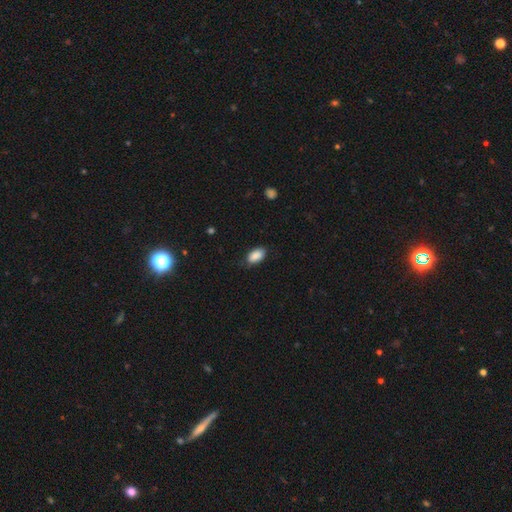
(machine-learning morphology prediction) smooth 88%, star or artifact 7%, featured or disk 5%. Down the decision tree: how rounded — in between (93%); merging — none (76%).